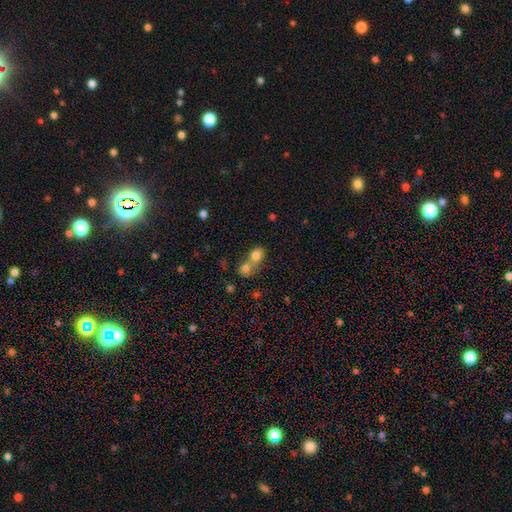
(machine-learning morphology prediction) This appears to be a smooth galaxy with no disk features (77%) that is round (56%). Merging: merger (67%).